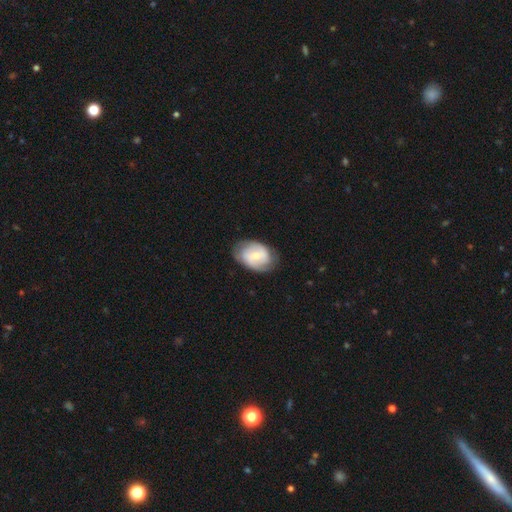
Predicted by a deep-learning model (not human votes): This is possibly a featured or disk galaxy (57%). It is clearly not viewed edge-on (96%). Bar: marginally weak (45%). Spiral arm pattern: likely yes (79%). Central bulge: possibly small (53%). Merging: likely none (71%).